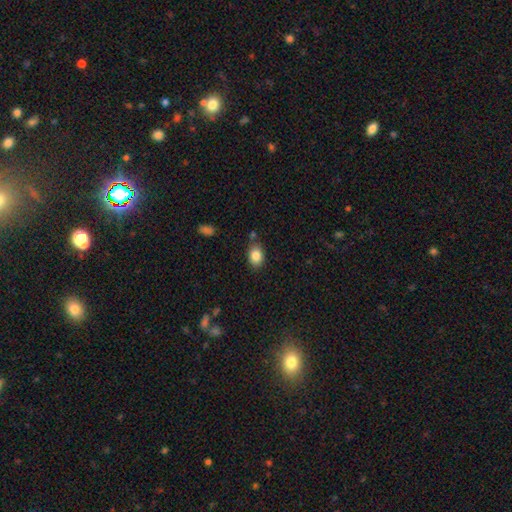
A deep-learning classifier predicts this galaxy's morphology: smooth 85%, star or artifact 8%, featured or disk 6%. Down the decision tree: how rounded — in between (77%); merging — none (75%).